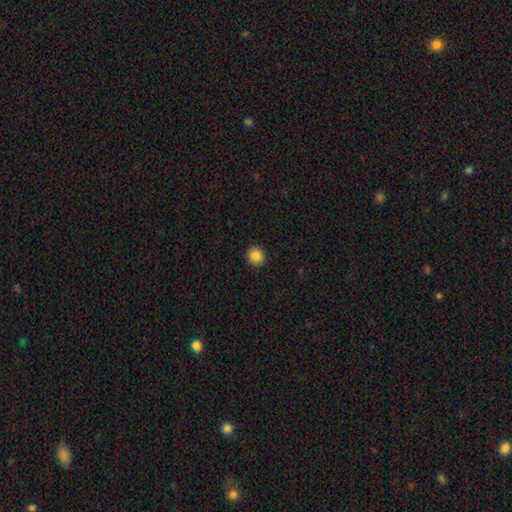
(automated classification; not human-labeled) This is clearly a smooth galaxy (86%). How rounded: clearly round (81%). Merging: clearly none (92%).